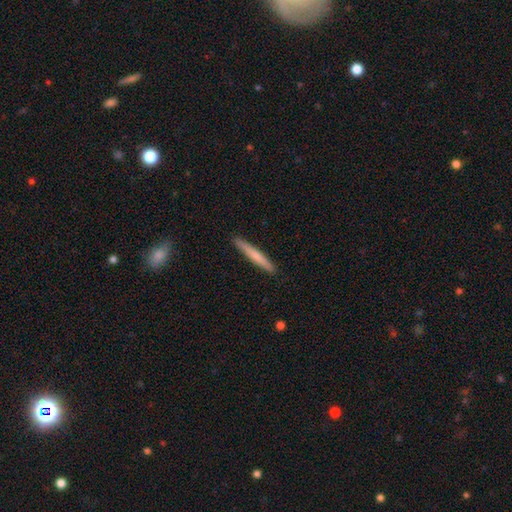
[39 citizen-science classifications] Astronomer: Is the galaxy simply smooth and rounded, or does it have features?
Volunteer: smooth — 67%.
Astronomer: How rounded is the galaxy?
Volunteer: cigar-shaped — 96%.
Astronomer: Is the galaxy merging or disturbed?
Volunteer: none — 94%.